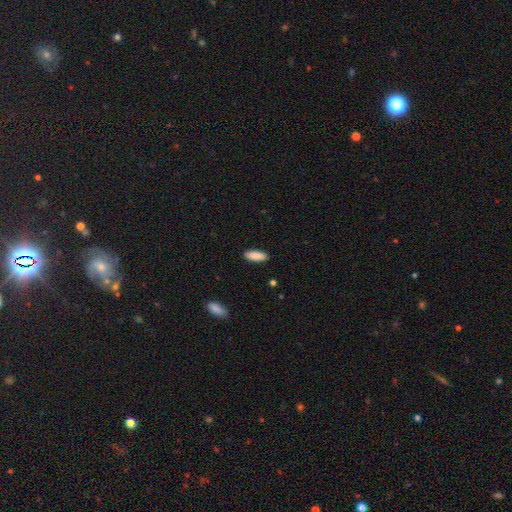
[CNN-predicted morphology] Smooth or featured? Predicted: smooth (p=0.89). How rounded? Predicted: in between (p=0.69). Merging? Predicted: none (p=0.89).